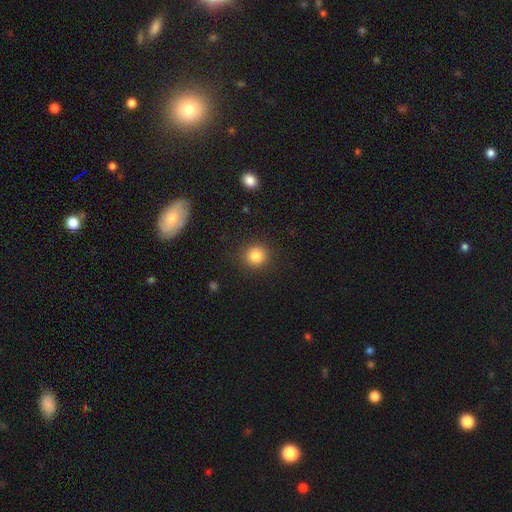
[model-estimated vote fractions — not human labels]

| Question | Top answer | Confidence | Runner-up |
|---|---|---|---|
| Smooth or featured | smooth | 84% | star or artifact (11%) |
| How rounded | round | 91% | in between (8%) |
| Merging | none | 90% | minor disturbance (6%) |